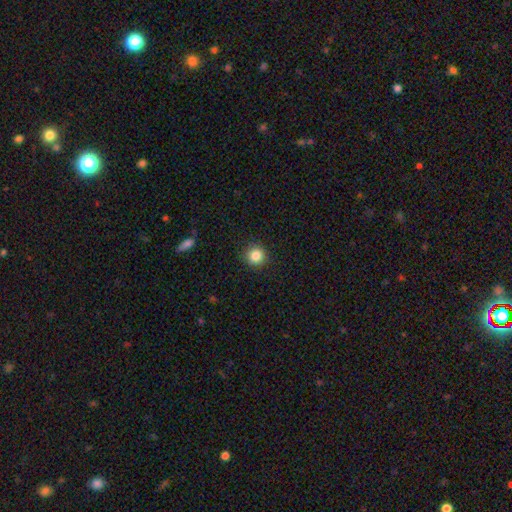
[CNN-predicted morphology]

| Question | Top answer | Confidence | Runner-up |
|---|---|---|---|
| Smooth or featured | smooth | 85% | star or artifact (11%) |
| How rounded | round | 93% | in between (6%) |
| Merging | none | 91% | minor disturbance (6%) |